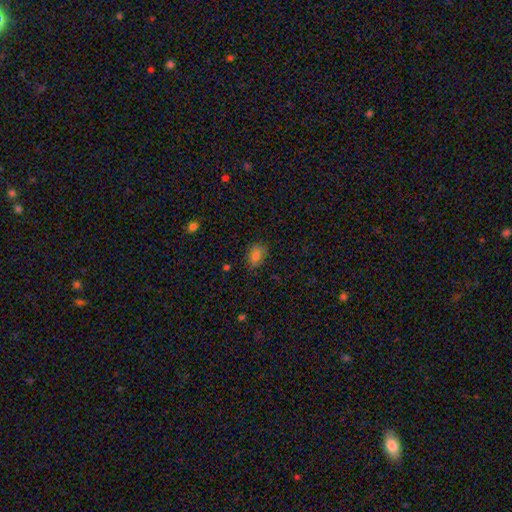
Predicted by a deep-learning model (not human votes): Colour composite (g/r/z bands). It shows a smooth galaxy with no disk features (80%) that is in between round and cigar-shaped (78%). Merging: none (75%).